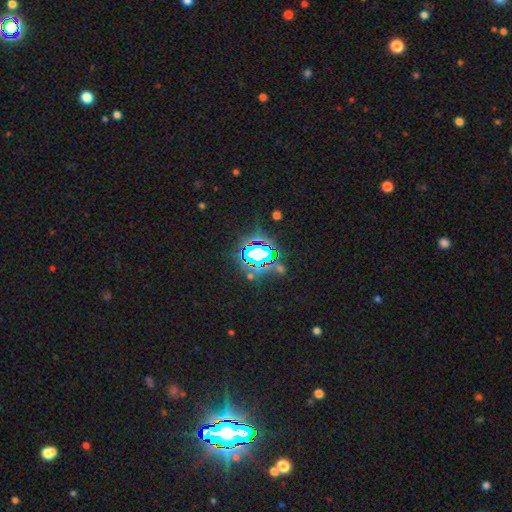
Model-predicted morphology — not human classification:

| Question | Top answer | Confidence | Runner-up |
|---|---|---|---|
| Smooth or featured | star or artifact | 77% | smooth (13%) |